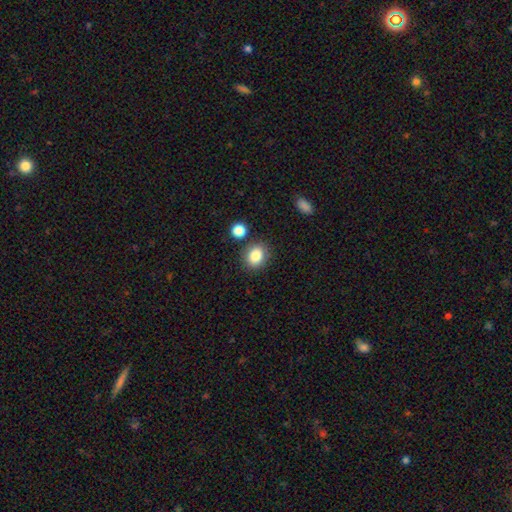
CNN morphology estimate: Smooth or featured?
  - smooth: 84% *
  - star or artifact: 10%
  - featured or disk: 6%
How rounded?
  - round: 60% *
  - in between: 39%
  - cigar-shaped: 1%
Merging?
  - none: 81% *
  - minor disturbance: 10%
  - merger: 6%
  - major disturbance: 3%